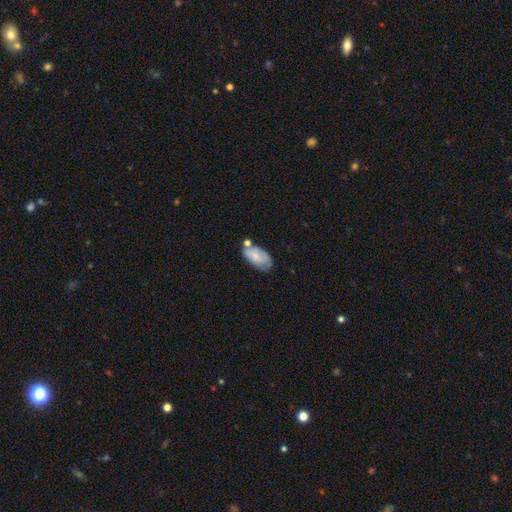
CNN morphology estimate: A smooth galaxy with no disk features (70%) that is in between round and cigar-shaped (93%). Merging: none (47%).